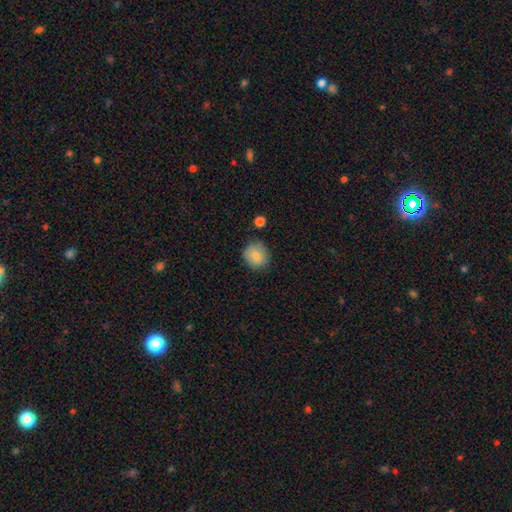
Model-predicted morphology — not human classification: Smooth or featured? Predicted: smooth (p=0.84). How rounded? Predicted: round (p=0.80). Merging? Predicted: none (p=0.78).